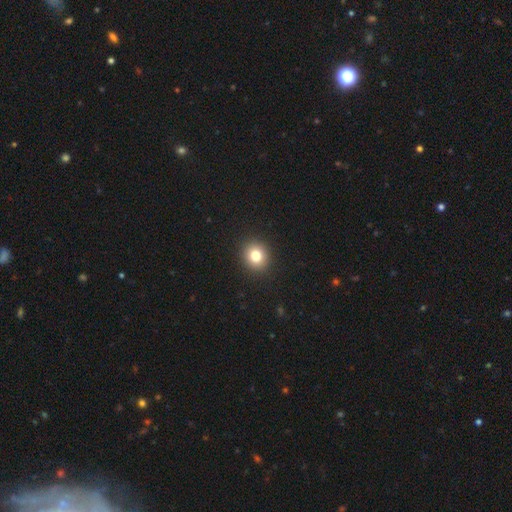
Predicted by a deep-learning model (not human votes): Morphology: type=smooth (80%); roundness=round (80%); merging=none (92%).